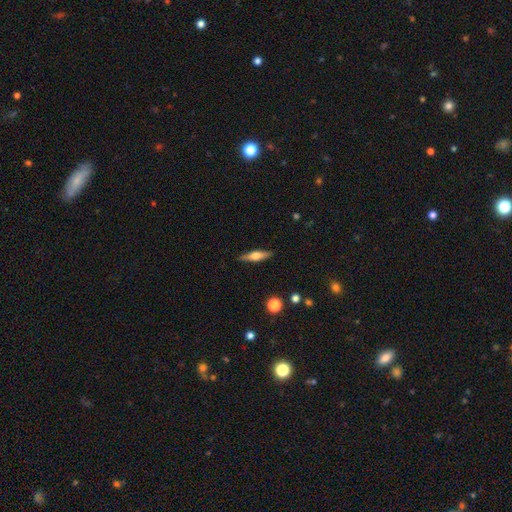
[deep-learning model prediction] This is possibly a featured or disk galaxy (52%). It is clearly viewed edge-on (94%). Merging: clearly none (89%).